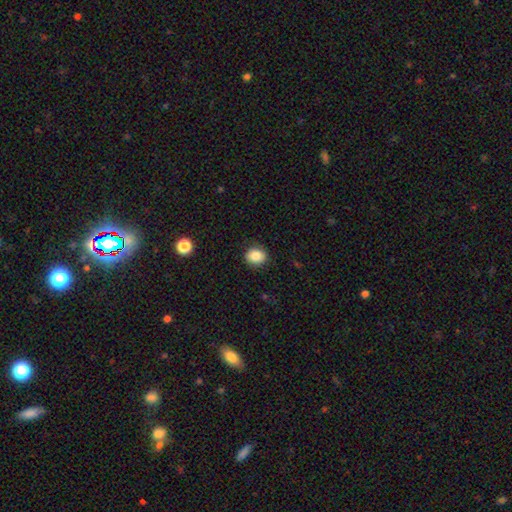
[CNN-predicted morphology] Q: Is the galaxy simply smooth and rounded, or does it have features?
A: smooth — 85%.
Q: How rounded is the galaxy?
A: round — 63%.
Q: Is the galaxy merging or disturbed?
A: none — 87%.